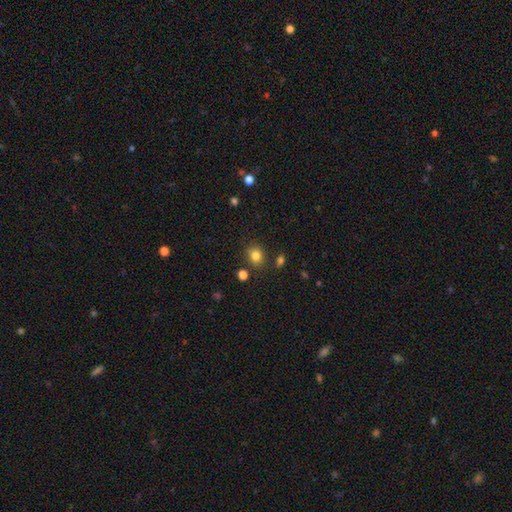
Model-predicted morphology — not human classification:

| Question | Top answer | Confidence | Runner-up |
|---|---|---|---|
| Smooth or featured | smooth | 82% | star or artifact (12%) |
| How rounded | round | 63% | in between (36%) |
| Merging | none | 79% | minor disturbance (12%) |